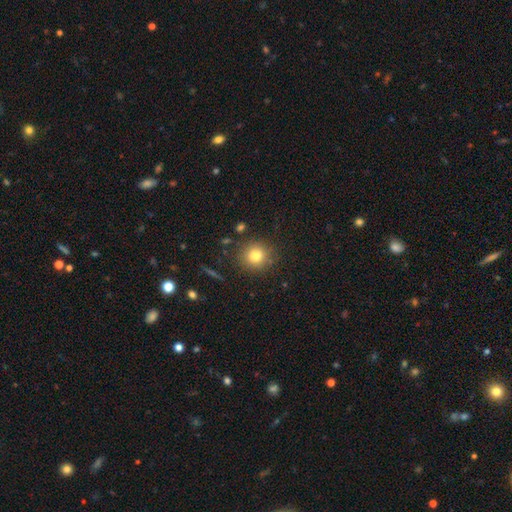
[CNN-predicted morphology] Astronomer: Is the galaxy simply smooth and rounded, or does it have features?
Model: smooth — 80%.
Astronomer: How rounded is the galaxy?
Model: round — 91%.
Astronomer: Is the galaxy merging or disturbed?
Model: none — 86%.